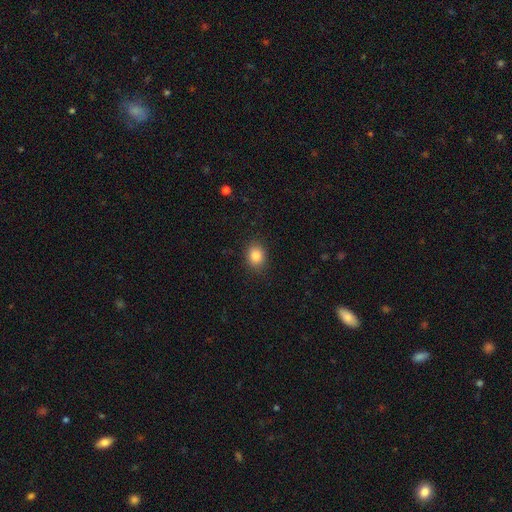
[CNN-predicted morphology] smooth 85%, star or artifact 10%, featured or disk 5%. Down the decision tree: how rounded — round (56%); merging — none (87%).